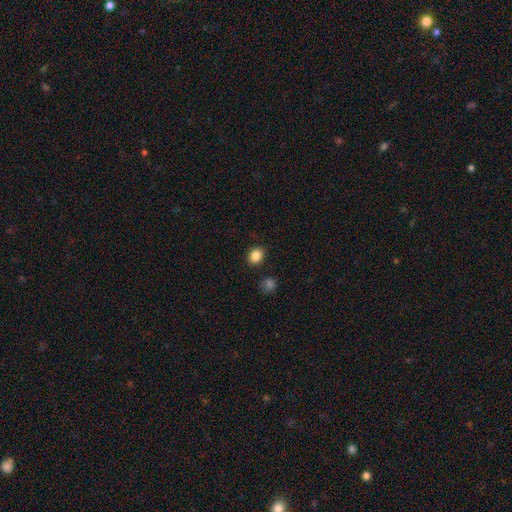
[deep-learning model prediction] The model was most divided on "how rounded": round: 64%, in between: 35%, cigar-shaped: 1%. More confident: merging — none (87%); smooth or featured — smooth (85%).